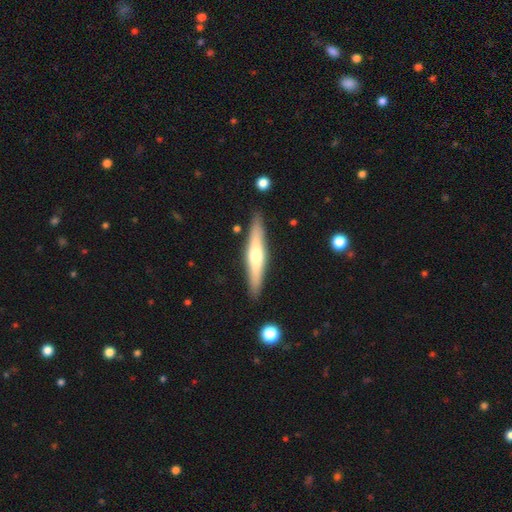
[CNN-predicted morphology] Smooth or featured? Predicted: featured or disk (p=0.55). Edge-on disk? Predicted: yes (p=0.93). Edge-on bulge? Predicted: rounded (p=0.85). Merging? Predicted: none (p=0.89).